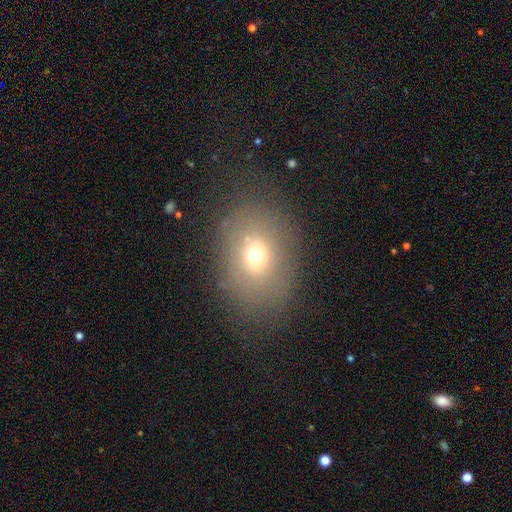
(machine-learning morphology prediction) Q: Smooth or featured?
A: smooth (64%); runner-up: featured or disk (19%)
Q: How rounded?
A: in between (54%); runner-up: round (45%)
Q: Merging?
A: none (74%); runner-up: minor disturbance (14%)